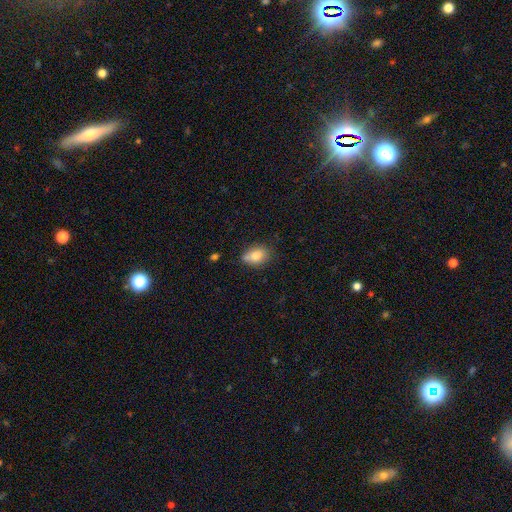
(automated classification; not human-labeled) Q: Smooth or featured?
A: smooth (78%); runner-up: featured or disk (13%)
Q: How rounded?
A: in between (71%); runner-up: round (27%)
Q: Merging?
A: none (62%); runner-up: minor disturbance (25%)